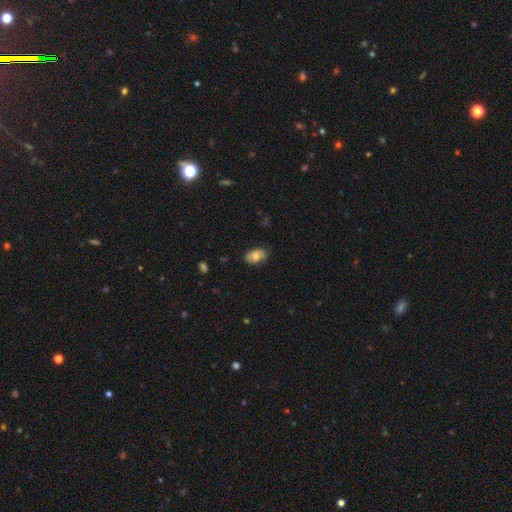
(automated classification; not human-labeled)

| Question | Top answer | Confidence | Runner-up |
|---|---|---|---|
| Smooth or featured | smooth | 68% | featured or disk (24%) |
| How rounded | in between | 87% | round (12%) |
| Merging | none | 73% | minor disturbance (21%) |